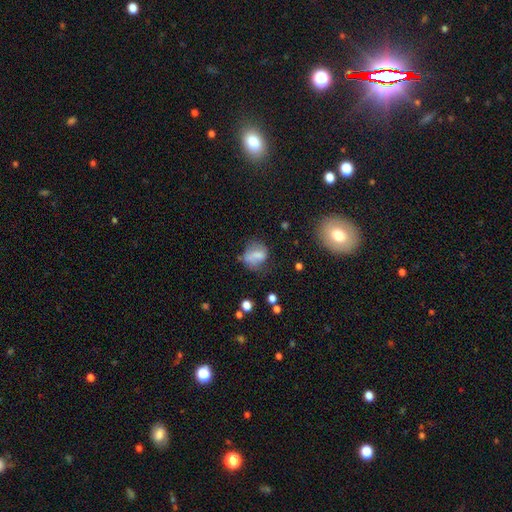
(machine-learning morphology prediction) Smooth or featured? Predicted: smooth (p=0.64). How rounded? Predicted: in between (p=0.50). Merging? Predicted: none (p=0.43).